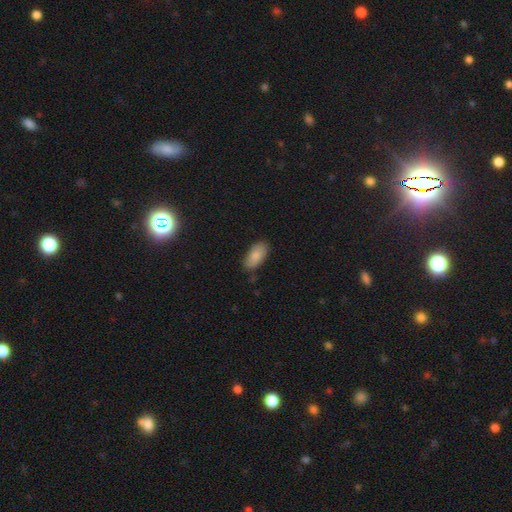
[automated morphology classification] Smooth or featured: smooth — 84% (featured or disk — 10%)
How rounded: in between — 93% (cigar-shaped — 5%)
Merging: none — 79% (minor disturbance — 17%)